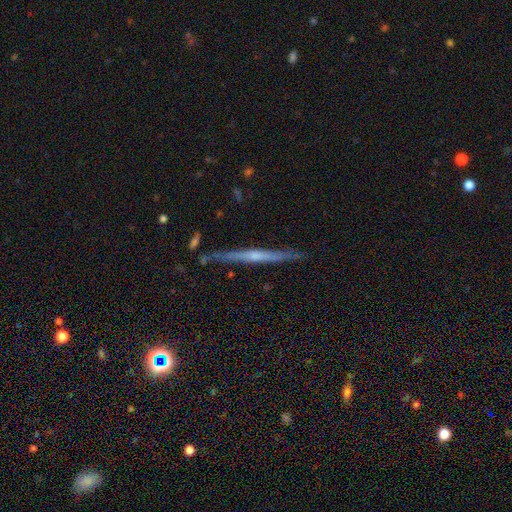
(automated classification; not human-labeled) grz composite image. It shows a featured or disk galaxy (70%) viewed edge-on (97%) with a rounded central bulge (46%). Merging: none (85%).